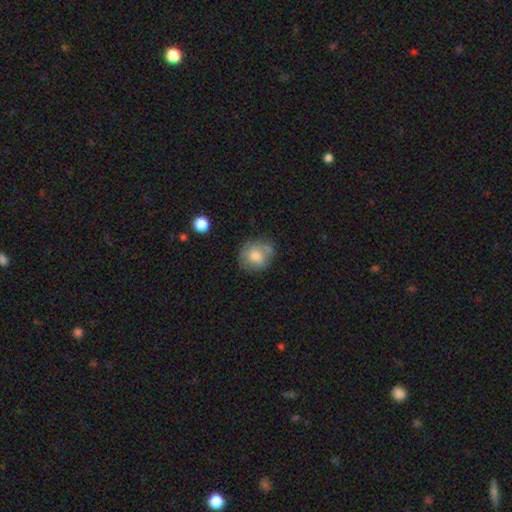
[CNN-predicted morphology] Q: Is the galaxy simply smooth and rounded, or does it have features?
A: smooth — 68%.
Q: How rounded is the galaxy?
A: round — 72%.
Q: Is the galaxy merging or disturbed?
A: none — 59%.